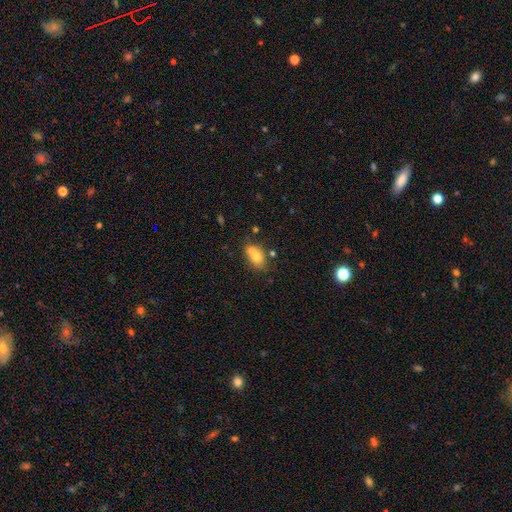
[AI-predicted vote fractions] Overall: smooth (68%). How rounded: in between (54%; round 44%). Merging: merger (50%; none 36%).